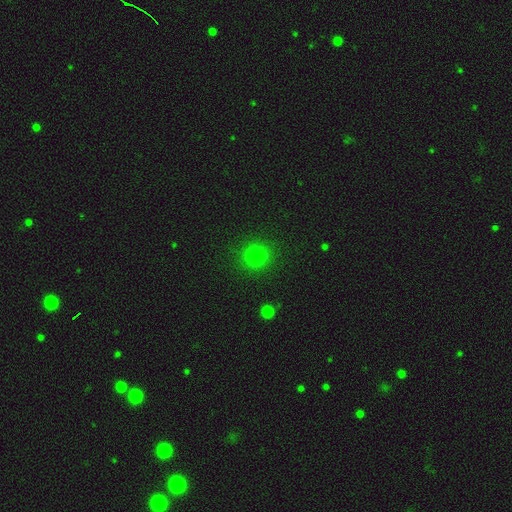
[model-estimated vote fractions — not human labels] This appears to be a smooth galaxy with no disk features (80%) that is round (92%). Merging: none (90%).